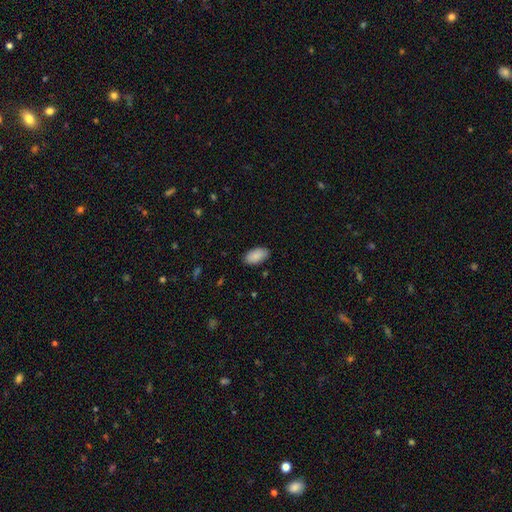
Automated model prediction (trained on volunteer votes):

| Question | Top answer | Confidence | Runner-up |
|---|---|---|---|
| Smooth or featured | smooth | 89% | star or artifact (6%) |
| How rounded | in between | 95% | cigar-shaped (3%) |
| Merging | none | 87% | minor disturbance (10%) |